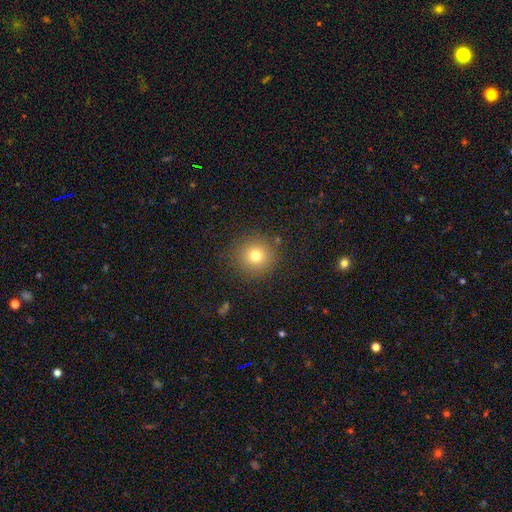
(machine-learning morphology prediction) smooth-or-featured: smooth: 76% | star or artifact: 15% | featured or disk: 9%
  how-rounded: round: 94% | in between: 5% | cigar-shaped: 1%
  merging: none: 88% | minor disturbance: 7% | major disturbance: 3% | merger: 2%